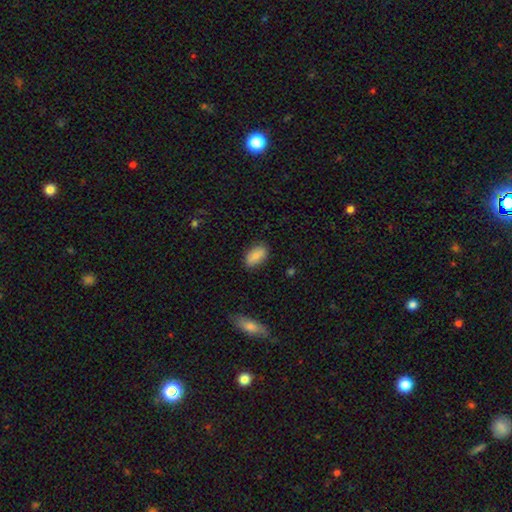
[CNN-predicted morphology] Smooth or featured? smooth (84%)
How rounded? in between (91%)
Merging? none (85%)